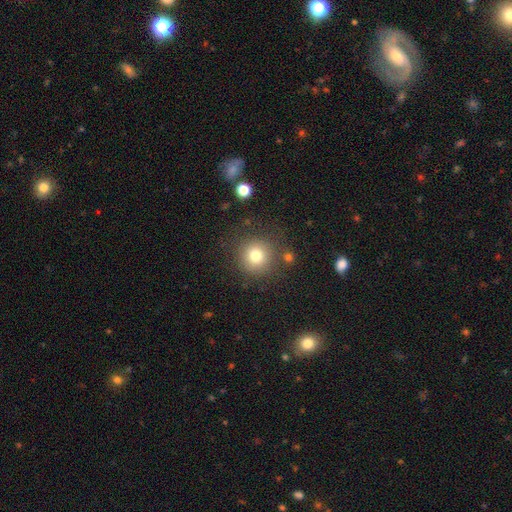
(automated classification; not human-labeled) Q: Smooth or featured?
A: smooth (77%); runner-up: star or artifact (13%)
Q: How rounded?
A: round (94%); runner-up: in between (5%)
Q: Merging?
A: none (83%); runner-up: minor disturbance (9%)